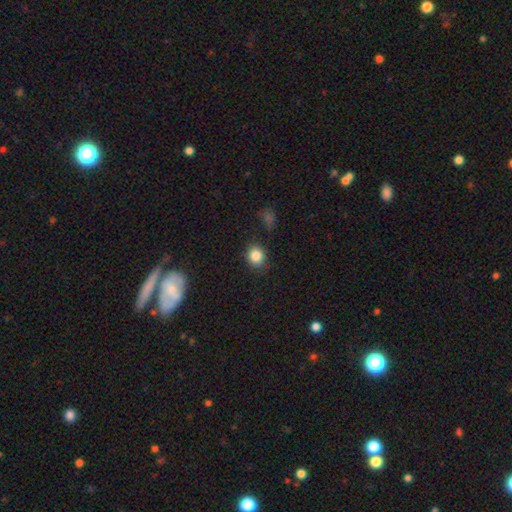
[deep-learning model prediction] Morphology: type=smooth (85%); roundness=round (74%); merging=none (82%).